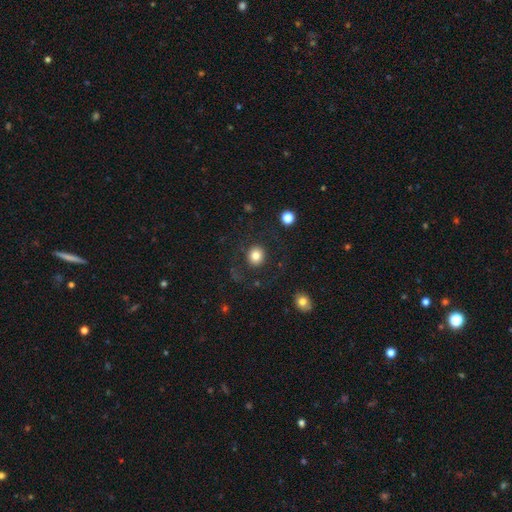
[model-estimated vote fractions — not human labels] Q: Smooth or featured?
A: smooth (81%); runner-up: star or artifact (10%)
Q: How rounded?
A: round (82%); runner-up: in between (17%)
Q: Merging?
A: none (84%); runner-up: minor disturbance (8%)